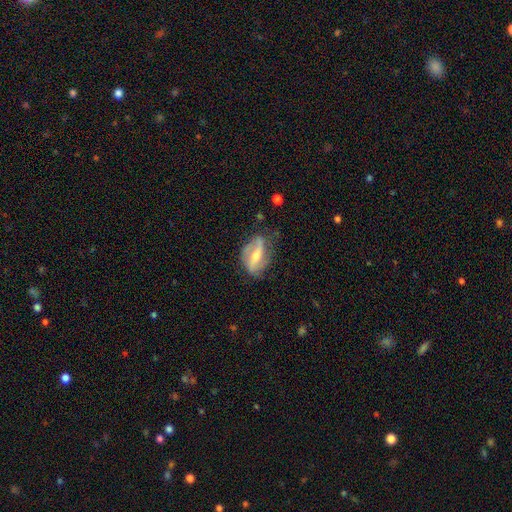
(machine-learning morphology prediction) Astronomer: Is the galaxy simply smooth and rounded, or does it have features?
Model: featured or disk — 72%.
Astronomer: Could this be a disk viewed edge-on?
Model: no — 90%.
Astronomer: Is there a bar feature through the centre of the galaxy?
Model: strong — 55%.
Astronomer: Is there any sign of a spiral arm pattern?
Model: yes — 80%.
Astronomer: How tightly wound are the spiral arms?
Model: loose — 47% (runner-up: medium, 34%).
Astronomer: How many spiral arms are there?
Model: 2 — 77%.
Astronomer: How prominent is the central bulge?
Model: moderate — 52% (runner-up: small, 41%).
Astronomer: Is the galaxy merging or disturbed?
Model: none — 59%.